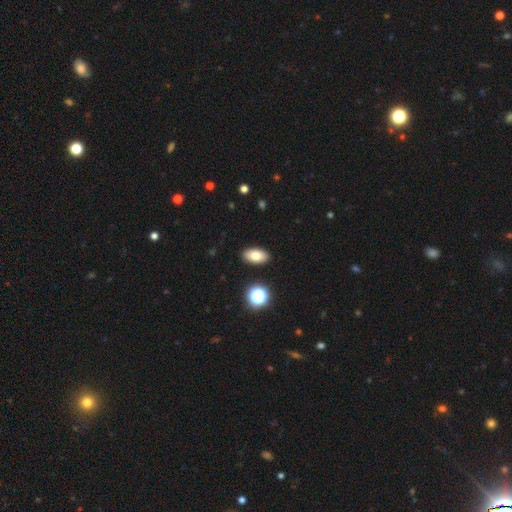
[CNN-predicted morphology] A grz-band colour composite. It shows a smooth galaxy with no disk features (77%) that is in between round and cigar-shaped (91%). Merging: none (90%).